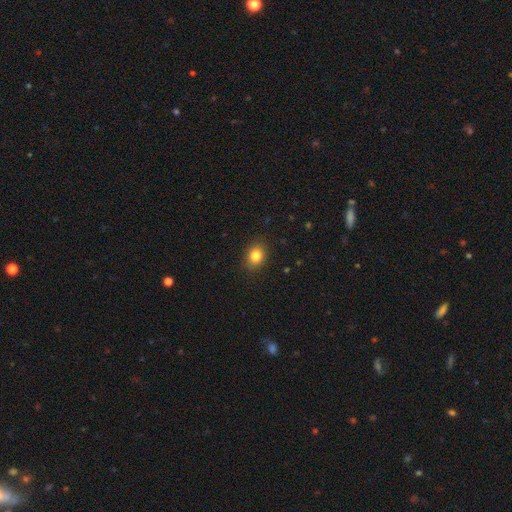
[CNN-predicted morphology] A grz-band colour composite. It shows a smooth galaxy with no disk features (83%) that is in between round and cigar-shaped (57%). Merging: none (88%).